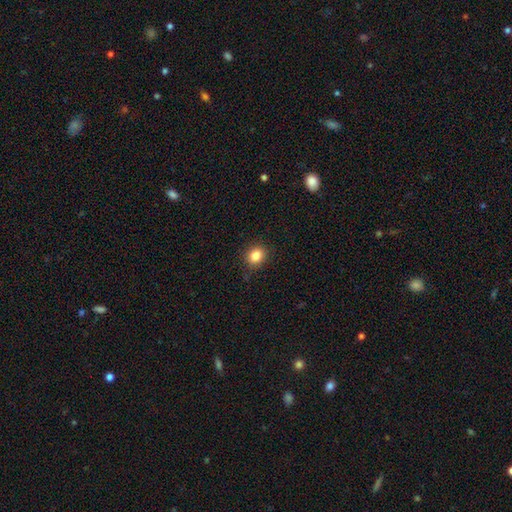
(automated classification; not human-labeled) smooth_or_featured: smooth (p=0.84) [alt: star or artifact p=0.11]
how_rounded: round (p=0.67) [alt: in between p=0.32]
merging: none (p=0.86) [alt: minor disturbance p=0.10]